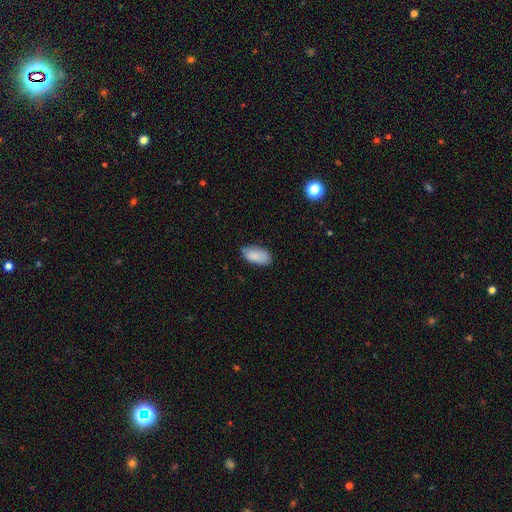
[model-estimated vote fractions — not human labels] smooth 87%, star or artifact 7%, featured or disk 6%. Down the decision tree: how rounded — in between (93%); merging — none (73%).